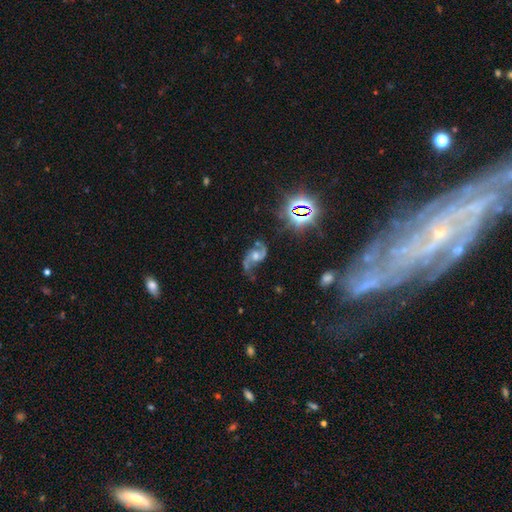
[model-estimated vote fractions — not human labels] Smooth or featured? featured or disk (80%)
Edge-on disk? no (97%)
Bar? no (63%)
Spiral arms? yes (95%)
Spiral winding? loose (63%)
Spiral arm count? 2 (91%)
Bulge size? moderate (64%)
Merging? none (65%)